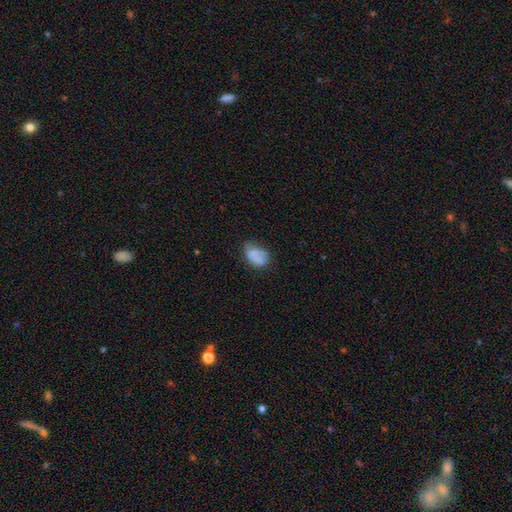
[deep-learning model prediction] smooth 73%, featured or disk 17%, star or artifact 10%. Down the decision tree: how rounded — in between (80%); merging — none (46%).